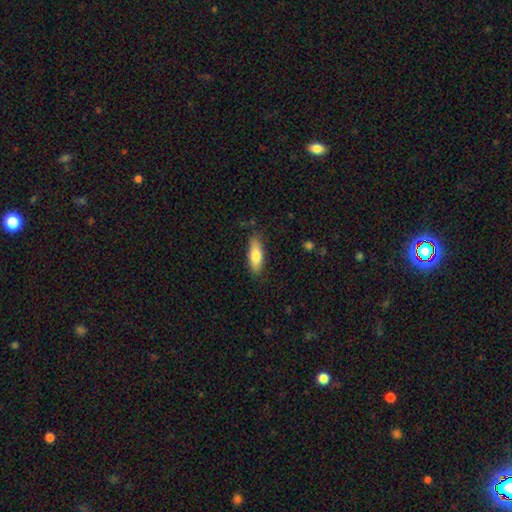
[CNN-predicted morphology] Q: Smooth or featured?
A: smooth (75%); runner-up: featured or disk (19%)
Q: How rounded?
A: in between (58%); runner-up: cigar-shaped (40%)
Q: Merging?
A: none (82%); runner-up: minor disturbance (14%)